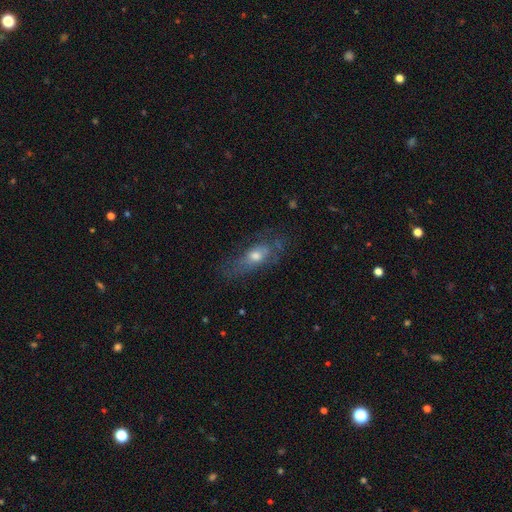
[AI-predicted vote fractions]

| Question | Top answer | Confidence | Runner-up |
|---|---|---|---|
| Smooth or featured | featured or disk | 47% | smooth (43%) |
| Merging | none | 58% | minor disturbance (24%) |